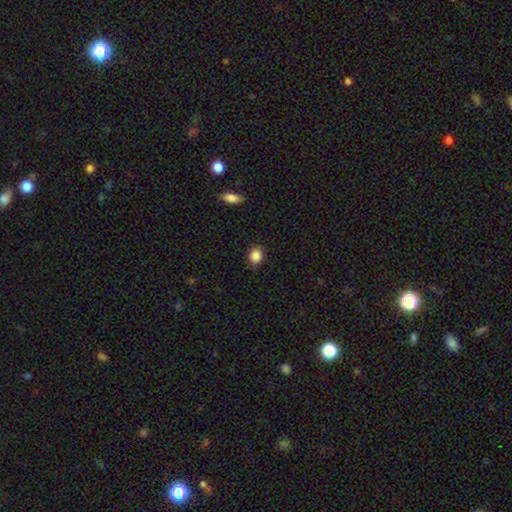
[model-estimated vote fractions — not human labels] smooth_or_featured: smooth (p=0.87) [alt: star or artifact p=0.09]
how_rounded: round (p=0.60) [alt: in between p=0.39]
merging: none (p=0.90) [alt: minor disturbance p=0.07]